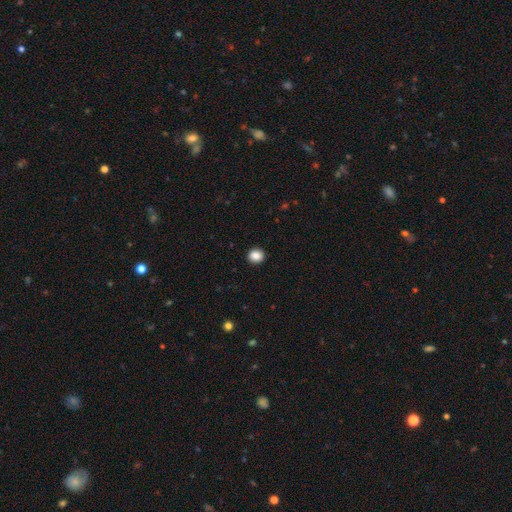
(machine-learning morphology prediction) smooth_or_featured: smooth (p=0.87) [alt: star or artifact p=0.10]
how_rounded: round (p=0.81) [alt: in between p=0.18]
merging: none (p=0.93) [alt: minor disturbance p=0.05]